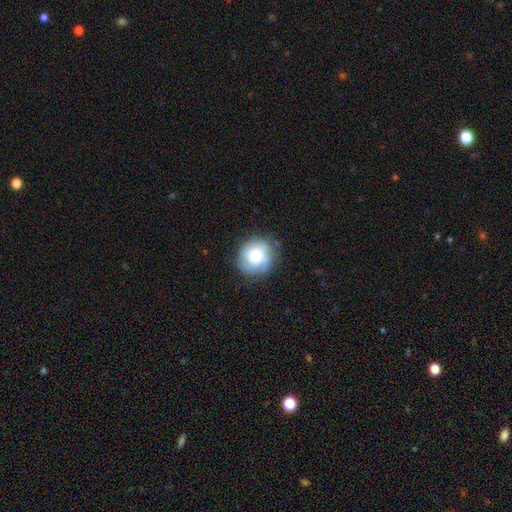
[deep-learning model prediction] Morphology: type=smooth (62%); roundness=round (87%); merging=none (76%).